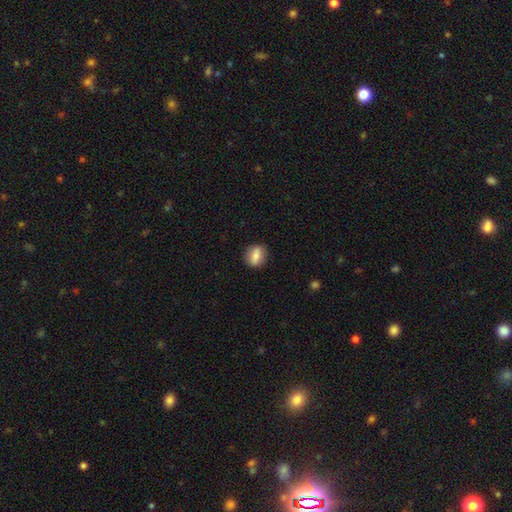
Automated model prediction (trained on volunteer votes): This appears to be a smooth galaxy with no disk features (75%) that is in between round and cigar-shaped (51%). Merging: none (86%).